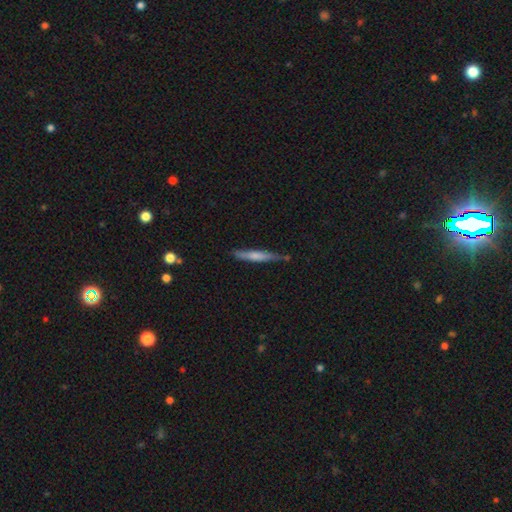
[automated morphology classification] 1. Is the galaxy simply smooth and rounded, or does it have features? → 58% smooth, 36% featured or disk, 6% star or artifact.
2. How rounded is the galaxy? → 94% cigar-shaped, 5% in between, 1% round.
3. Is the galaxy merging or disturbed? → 75% none, 18% minor disturbance, 4% merger, 3% major disturbance.